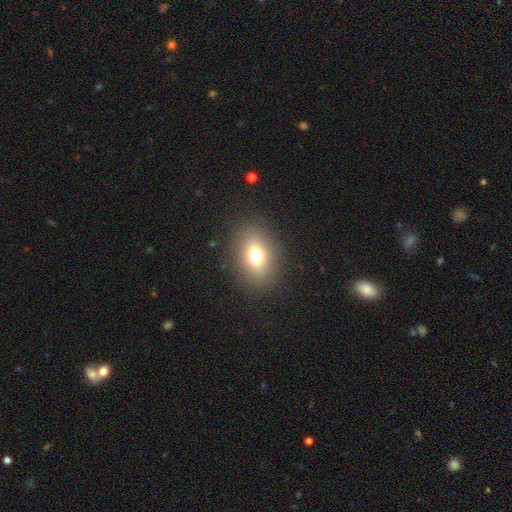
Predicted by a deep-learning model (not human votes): This appears to be a smooth galaxy with no disk features (72%) that is in between round and cigar-shaped (68%). Merging: none (86%).